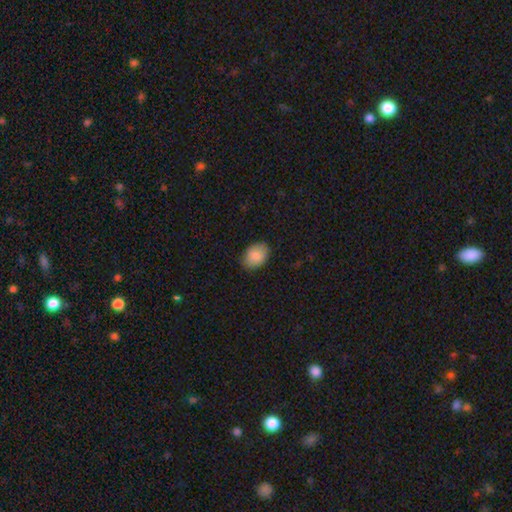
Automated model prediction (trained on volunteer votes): smooth-or-featured: smooth: 87% | star or artifact: 7% | featured or disk: 6%
  how-rounded: in between: 75% | round: 24% | cigar-shaped: 1%
  merging: none: 80% | minor disturbance: 16% | major disturbance: 3% | merger: 1%